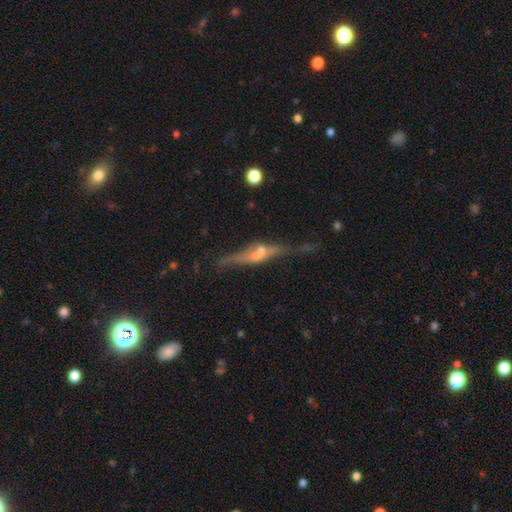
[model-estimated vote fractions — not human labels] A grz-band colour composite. It shows a featured or disk galaxy (73%) viewed edge-on (91%) with a rounded central bulge (72%). Merging: none (62%).